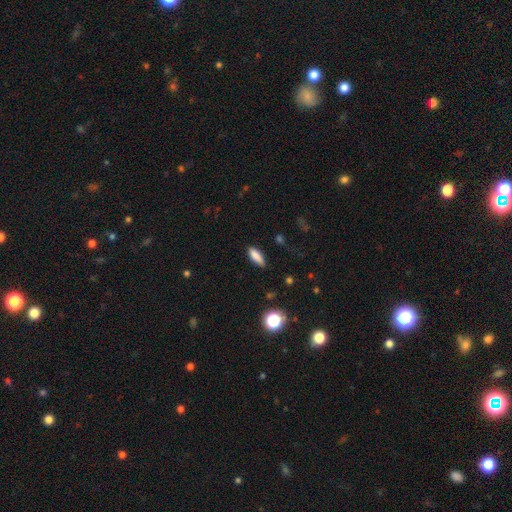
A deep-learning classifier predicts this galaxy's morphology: smooth_or_featured: smooth (p=0.82) [alt: featured or disk p=0.10]
how_rounded: in between (p=0.58) [alt: cigar-shaped p=0.39]
merging: none (p=0.81) [alt: minor disturbance p=0.15]